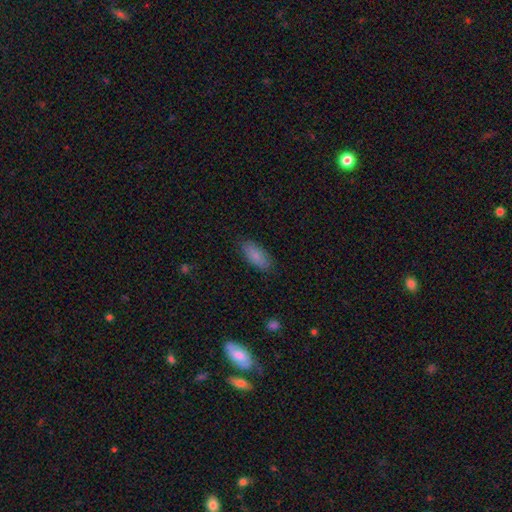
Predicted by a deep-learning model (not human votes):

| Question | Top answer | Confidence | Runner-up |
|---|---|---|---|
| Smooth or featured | smooth | 86% | featured or disk (8%) |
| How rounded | in between | 84% | cigar-shaped (14%) |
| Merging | none | 85% | minor disturbance (11%) |